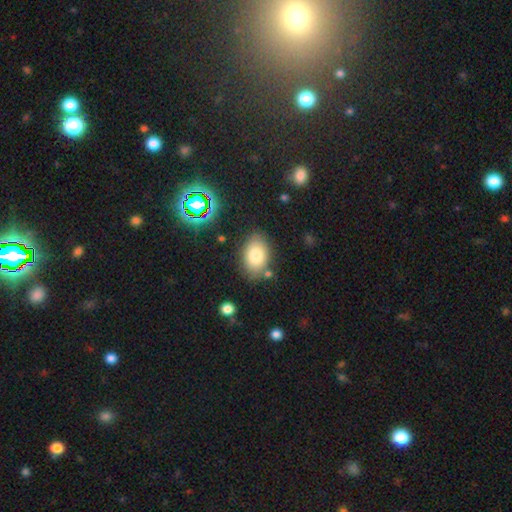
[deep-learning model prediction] Smooth or featured?
  - smooth: 80% *
  - featured or disk: 11%
  - star or artifact: 9%
How rounded?
  - in between: 87% *
  - round: 12%
  - cigar-shaped: 1%
Merging?
  - none: 79% *
  - minor disturbance: 13%
  - merger: 5%
  - major disturbance: 3%